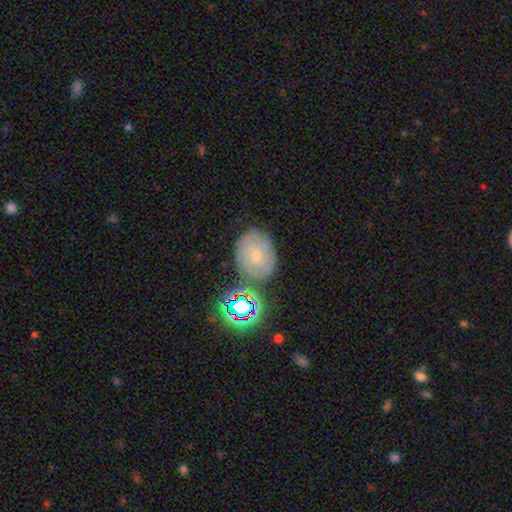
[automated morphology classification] Smooth or featured? Predicted: featured or disk (p=0.54). Edge-on disk? Predicted: no (p=0.96). Bar? Predicted: no (p=0.64). Spiral arms? Predicted: yes (p=0.81). Bulge size? Predicted: small (p=0.59). Merging? Predicted: none (p=0.67).